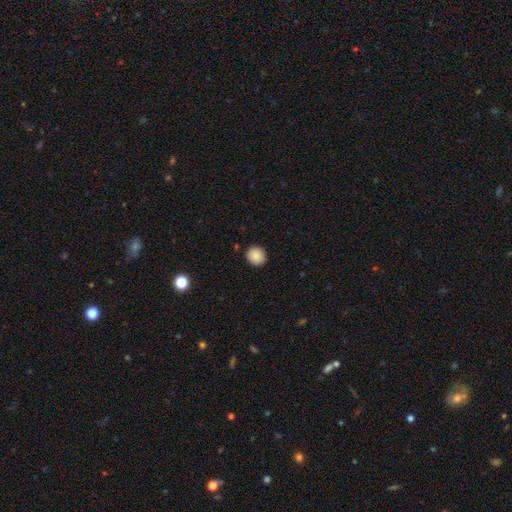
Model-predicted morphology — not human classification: Overall: smooth (85%). How rounded: round (87%). Merging: none (90%).